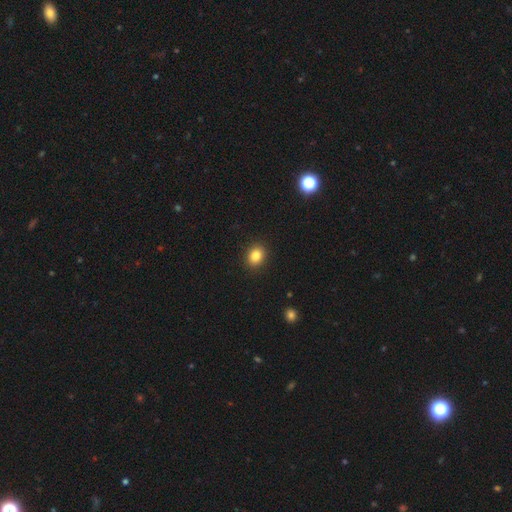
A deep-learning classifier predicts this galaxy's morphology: This is clearly a smooth galaxy (84%). How rounded: possibly round (50%). Merging: clearly none (91%).